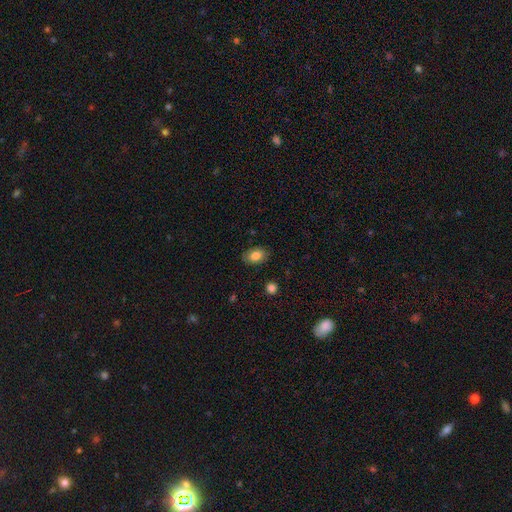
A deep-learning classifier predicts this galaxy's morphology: Overall: smooth (81%). How rounded: in between (85%). Merging: none (85%).